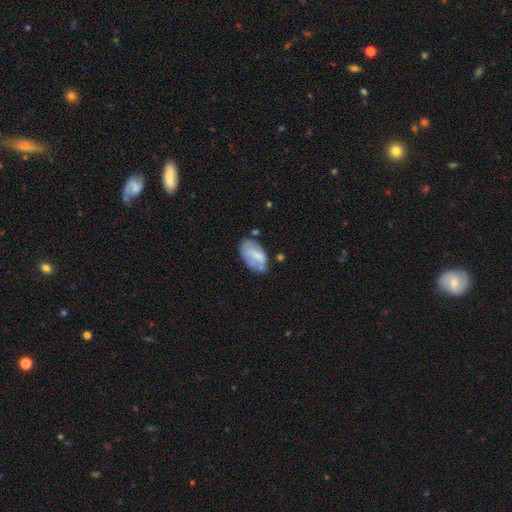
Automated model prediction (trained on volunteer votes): Morphology: type=smooth (62%); roundness=in between (94%); merging=none (50%).